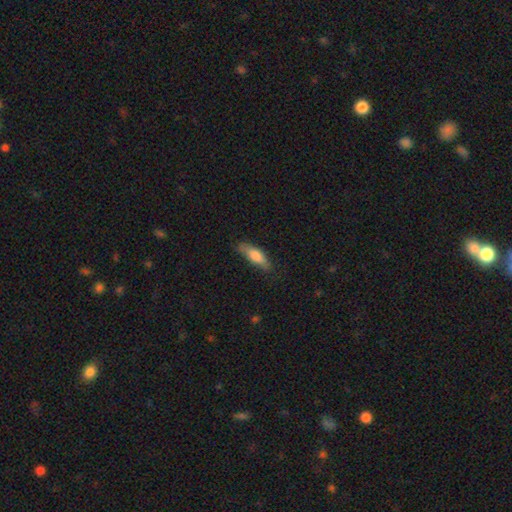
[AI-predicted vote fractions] Morphology: type=smooth (76%); roundness=in between (53%); merging=none (69%).